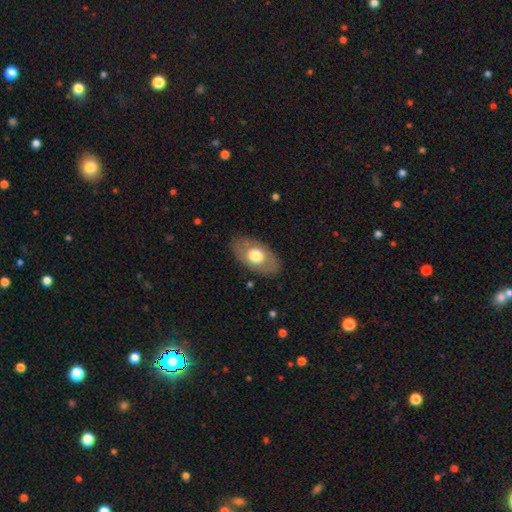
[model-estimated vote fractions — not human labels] Smooth or featured? smooth (60%)
How rounded? in between (90%)
Merging? none (82%)